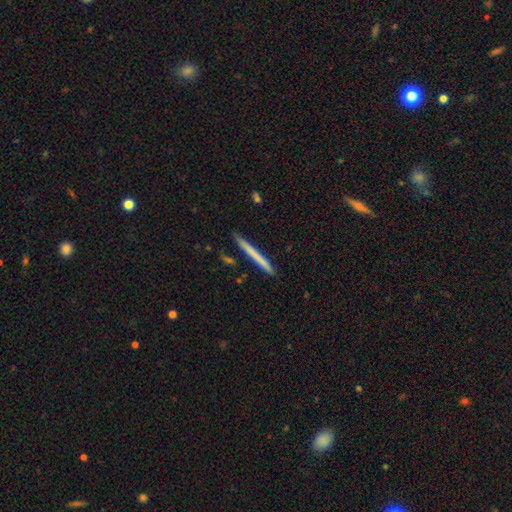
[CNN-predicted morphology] This appears to be a smooth galaxy with no disk features (63%) that is cigar-shaped (97%). Merging: none (91%).